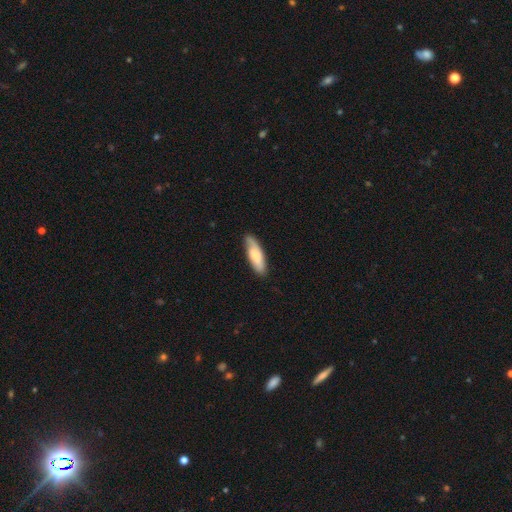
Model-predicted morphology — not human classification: smooth 65%, featured or disk 30%, star or artifact 6%. Down the decision tree: how rounded — cigar-shaped (50%); merging — none (79%).